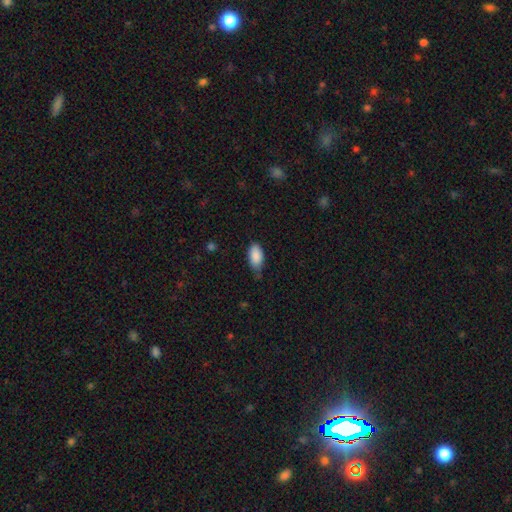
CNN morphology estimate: This appears to be a smooth galaxy with no disk features (89%) that is in between round and cigar-shaped (93%). Merging: none (59%).